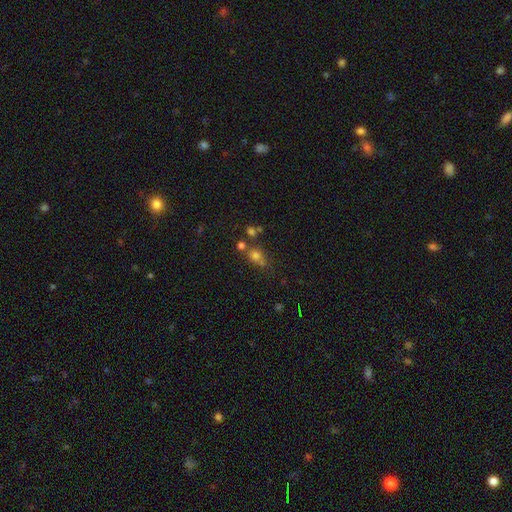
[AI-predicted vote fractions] smooth 66%, star or artifact 22%, featured or disk 12%. Down the decision tree: how rounded — round (69%); merging — none (50%).